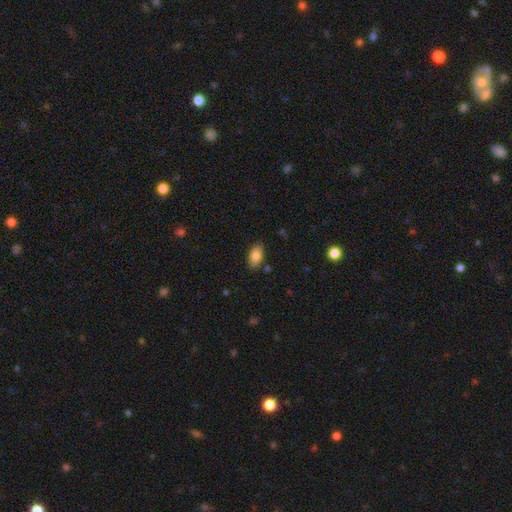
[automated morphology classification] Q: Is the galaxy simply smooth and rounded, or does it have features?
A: smooth — 82%.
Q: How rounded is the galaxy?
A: in between — 92%.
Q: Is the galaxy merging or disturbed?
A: none — 84%.